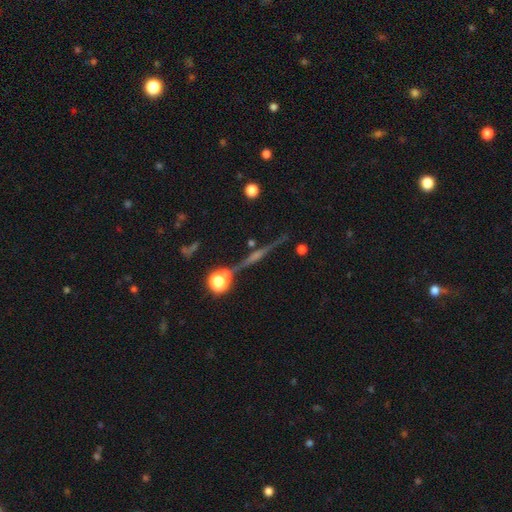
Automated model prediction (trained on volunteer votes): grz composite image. It shows a featured or disk galaxy (74%) viewed edge-on (97%) with a rounded central bulge (63%). Merging: none (86%).